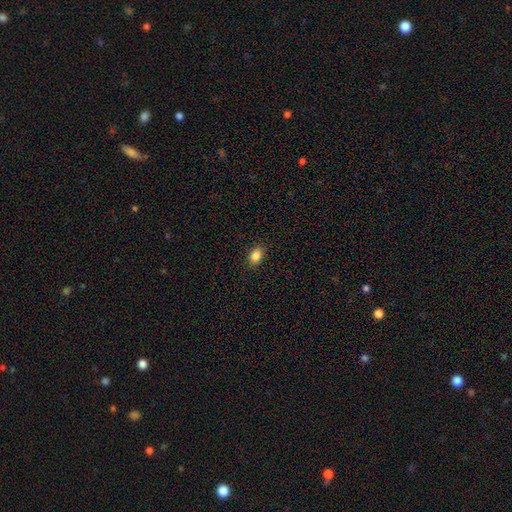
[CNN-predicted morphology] smooth_or_featured: smooth (p=0.86) [alt: star or artifact p=0.09]
how_rounded: in between (p=0.81) [alt: round p=0.18]
merging: none (p=0.89) [alt: minor disturbance p=0.08]